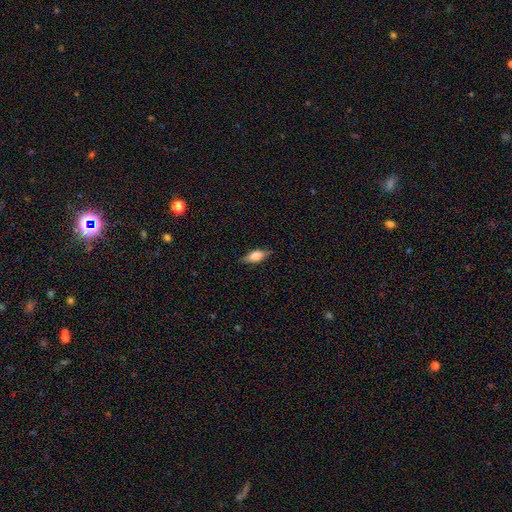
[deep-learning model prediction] Smooth or featured?
  - smooth: 66% *
  - featured or disk: 27%
  - star or artifact: 7%
How rounded?
  - in between: 74% *
  - cigar-shaped: 22%
  - round: 4%
Merging?
  - none: 82% *
  - minor disturbance: 14%
  - major disturbance: 3%
  - merger: 1%